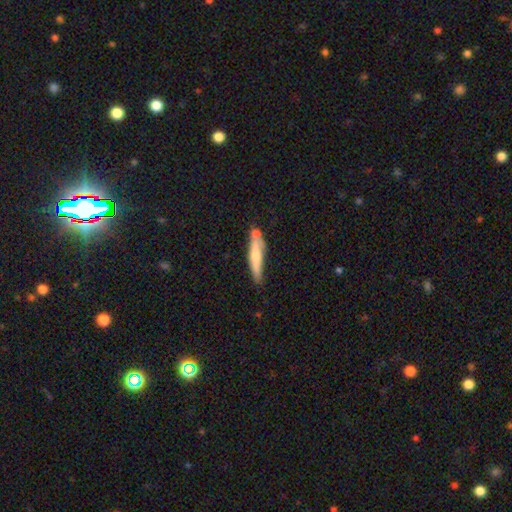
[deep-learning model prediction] A smooth galaxy with no disk features (63%) that is cigar-shaped (86%).

Vote fractions:
- Smooth or featured? smooth: 63% / featured or disk: 32% / star or artifact: 6%
- How rounded? cigar-shaped: 86% / in between: 12% / round: 2%
- Merging? none: 57% / minor disturbance: 21% / merger: 17% / major disturbance: 5%